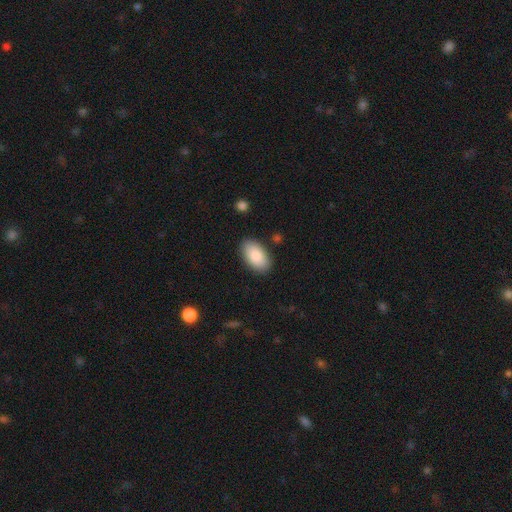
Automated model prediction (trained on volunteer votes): Smooth or featured? smooth (88%)
How rounded? in between (95%)
Merging? none (86%)